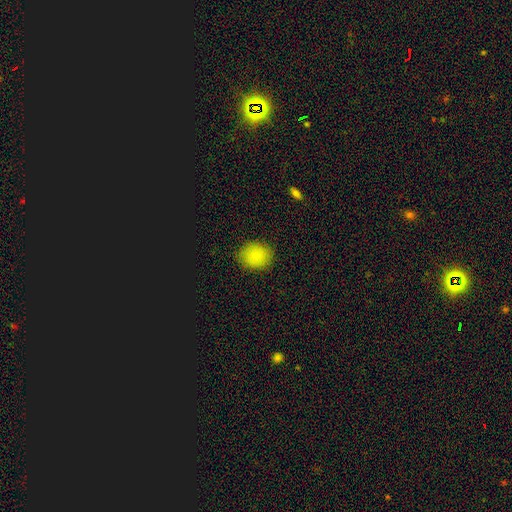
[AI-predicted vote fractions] A smooth galaxy with no disk features (82%) that is round (60%). Merging: none (86%).